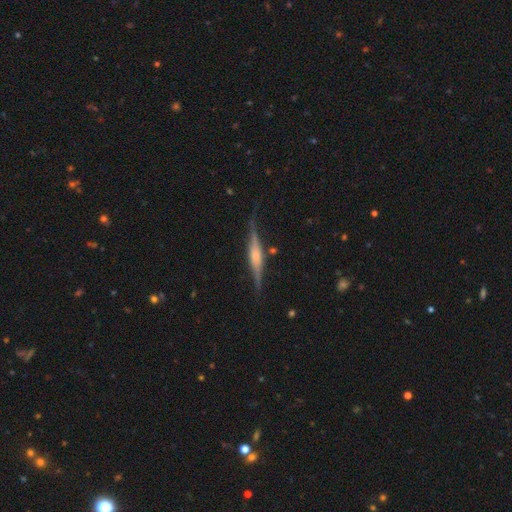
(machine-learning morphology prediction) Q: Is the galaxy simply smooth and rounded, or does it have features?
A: featured or disk — 77%.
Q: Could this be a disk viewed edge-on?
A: yes — 97%.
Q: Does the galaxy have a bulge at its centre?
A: rounded — 64%.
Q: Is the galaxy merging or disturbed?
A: none — 82%.